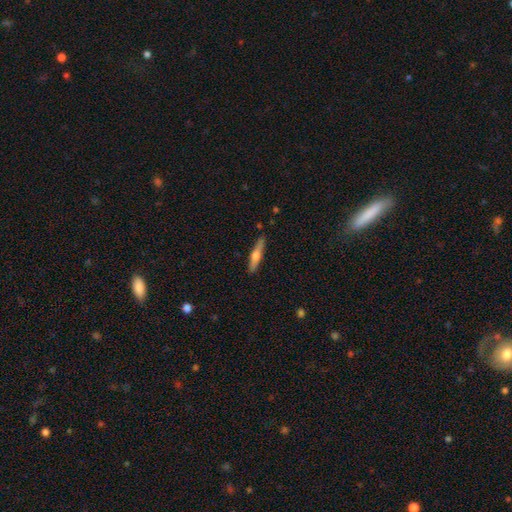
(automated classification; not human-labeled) smooth-or-featured: featured or disk: 52% | smooth: 42% | star or artifact: 6%
  disk-edge-on: yes: 96% | no: 4%
    edge-on-bulge: rounded: 90% | none: 5% | boxy: 5%
  merging: none: 89% | minor disturbance: 8% | major disturbance: 2% | merger: 1%